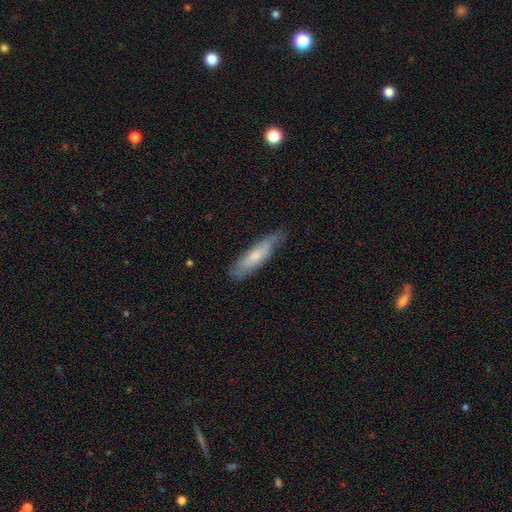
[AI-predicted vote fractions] Smooth or featured? smooth (61%)
How rounded? cigar-shaped (71%)
Merging? none (72%)